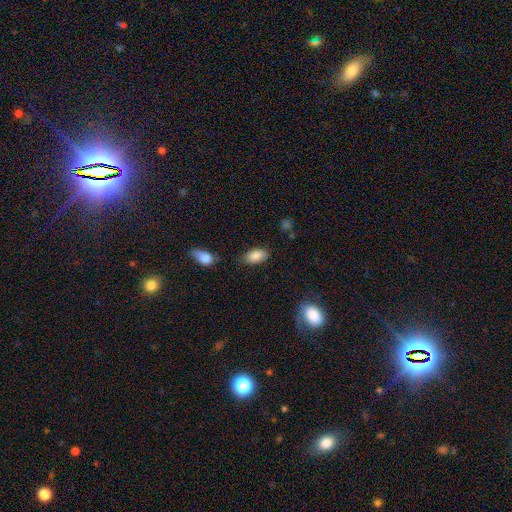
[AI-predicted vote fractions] Smooth or featured? smooth (87%)
How rounded? in between (93%)
Merging? none (78%)